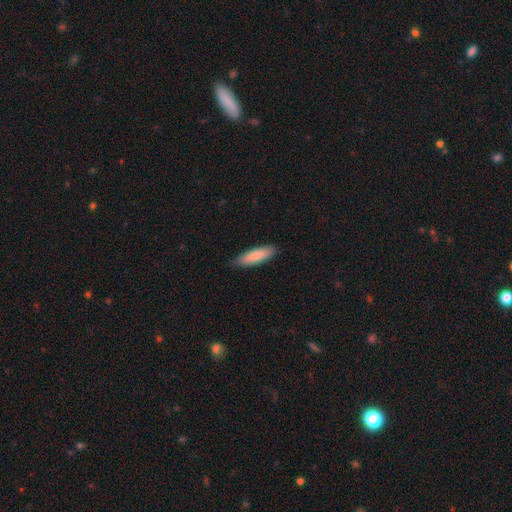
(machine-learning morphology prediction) type=smooth (84%); roundness=cigar-shaped (59%); merging=none (85%).